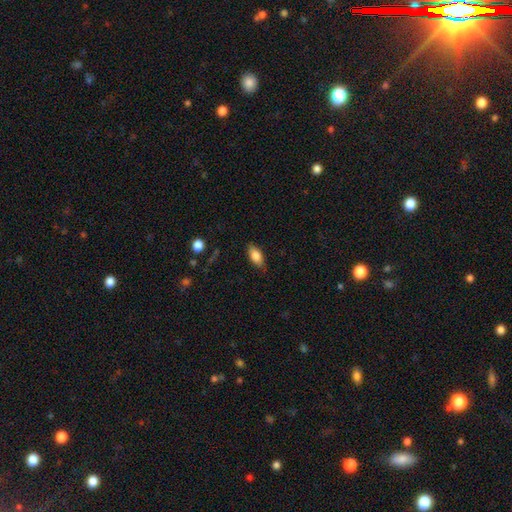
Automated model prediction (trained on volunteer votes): Smooth or featured? smooth (77%)
How rounded? in between (85%)
Merging? none (80%)